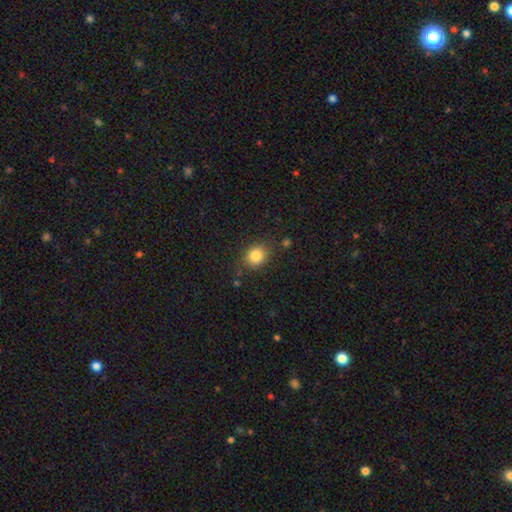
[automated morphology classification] A smooth galaxy with no disk features (83%) that is round (67%).

Vote fractions:
- Smooth or featured? smooth: 83% / star or artifact: 11% / featured or disk: 6%
- How rounded? round: 67% / in between: 32% / cigar-shaped: 1%
- Merging? none: 81% / minor disturbance: 12% / major disturbance: 4% / merger: 3%